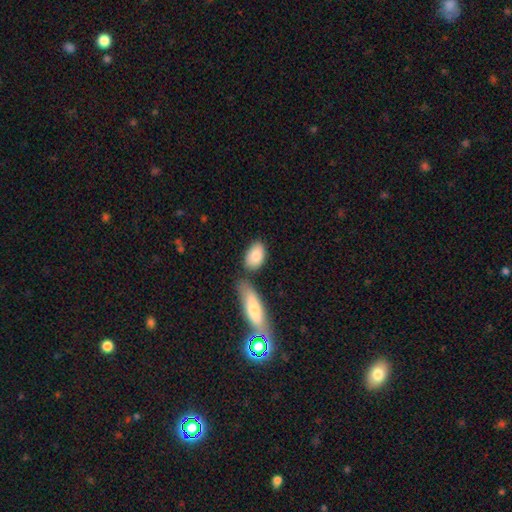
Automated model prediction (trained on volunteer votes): Smooth or featured? Predicted: smooth (p=0.84). How rounded? Predicted: in between (p=0.90). Merging? Predicted: none (p=0.63).